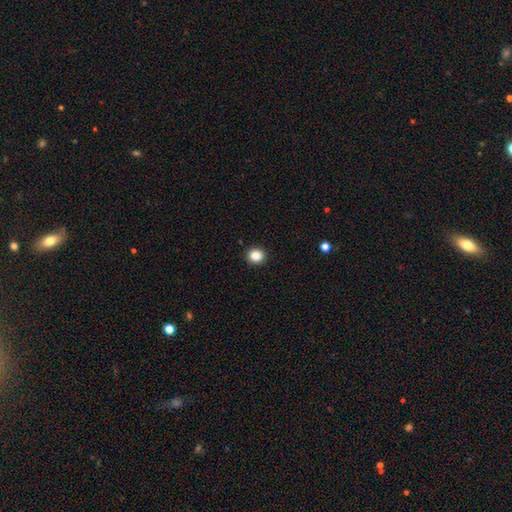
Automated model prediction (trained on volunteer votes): Overall: smooth (86%). How rounded: round (82%). Merging: none (92%).